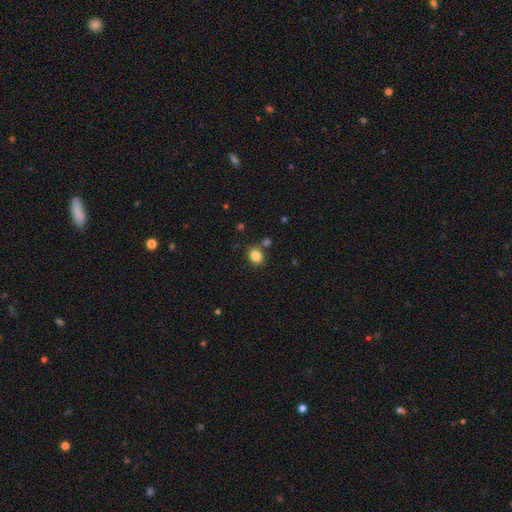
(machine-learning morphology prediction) Smooth or featured?
  - smooth: 84% *
  - star or artifact: 11%
  - featured or disk: 5%
How rounded?
  - round: 64% *
  - in between: 35%
  - cigar-shaped: 1%
Merging?
  - none: 75% *
  - merger: 11%
  - minor disturbance: 11%
  - major disturbance: 3%